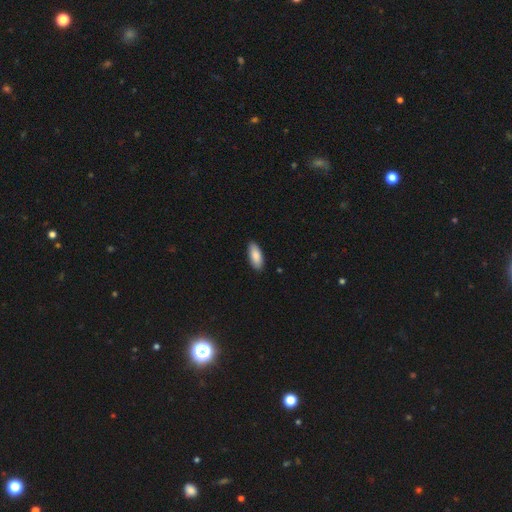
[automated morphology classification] Smooth or featured?
  - smooth: 87% *
  - featured or disk: 7%
  - star or artifact: 6%
How rounded?
  - in between: 84% *
  - cigar-shaped: 14%
  - round: 2%
Merging?
  - none: 88% *
  - minor disturbance: 9%
  - major disturbance: 2%
  - merger: 1%